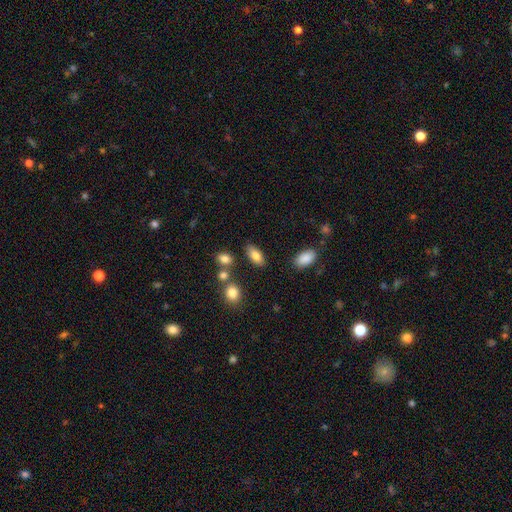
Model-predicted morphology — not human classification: smooth_or_featured: smooth (p=0.81) [alt: featured or disk p=0.11]
how_rounded: in between (p=0.89) [alt: cigar-shaped p=0.07]
merging: none (p=0.80) [alt: minor disturbance p=0.11]